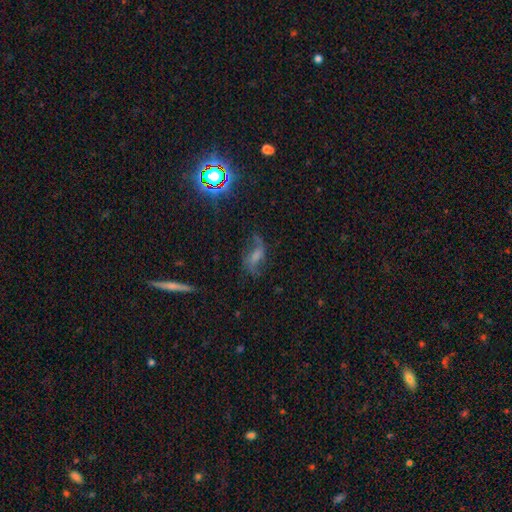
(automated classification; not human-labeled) Q: Smooth or featured?
A: featured or disk (55%); runner-up: smooth (25%)
Q: Edge-on disk?
A: no (92%); runner-up: yes (8%)
Q: Bar?
A: weak (40%); runner-up: no (39%)
Q: Spiral arms?
A: yes (82%); runner-up: no (18%)
Q: Bulge size?
A: none (40%); runner-up: moderate (24%)
Q: Merging?
A: none (56%); runner-up: major disturbance (20%)